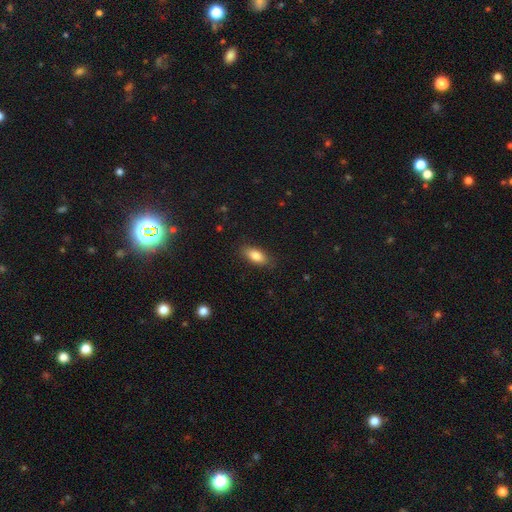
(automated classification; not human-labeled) This appears to be a smooth galaxy with no disk features (82%) that is in between round and cigar-shaped (83%). Merging: none (85%).